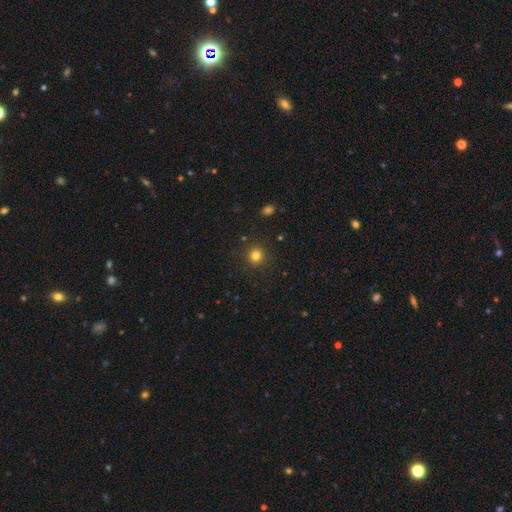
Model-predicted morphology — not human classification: Smooth or featured? smooth (80%)
How rounded? round (93%)
Merging? none (90%)